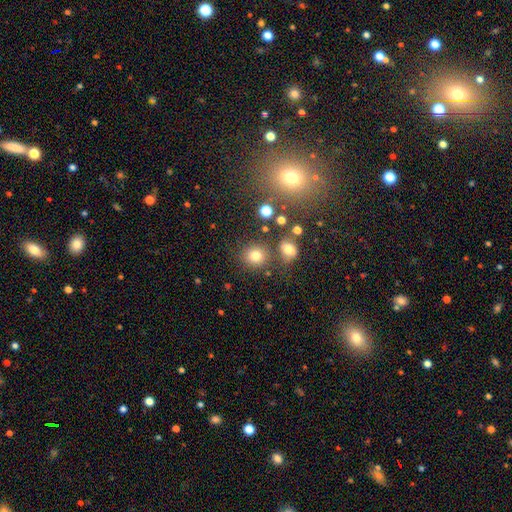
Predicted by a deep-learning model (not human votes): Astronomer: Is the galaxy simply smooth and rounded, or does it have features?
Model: smooth — 77%.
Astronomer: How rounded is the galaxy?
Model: round — 85%.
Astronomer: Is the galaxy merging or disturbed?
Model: none — 76%.